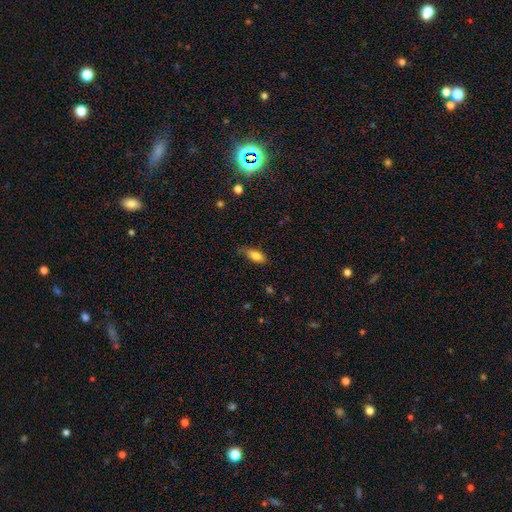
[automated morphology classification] A smooth galaxy with no disk features (82%) that is in between round and cigar-shaped (80%). Merging: none (69%).